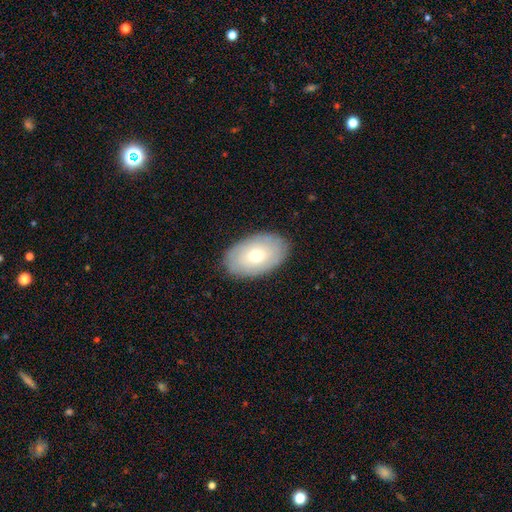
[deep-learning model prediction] This appears to be a smooth galaxy with no disk features (62%) that is in between round and cigar-shaped (91%). Merging: none (86%).